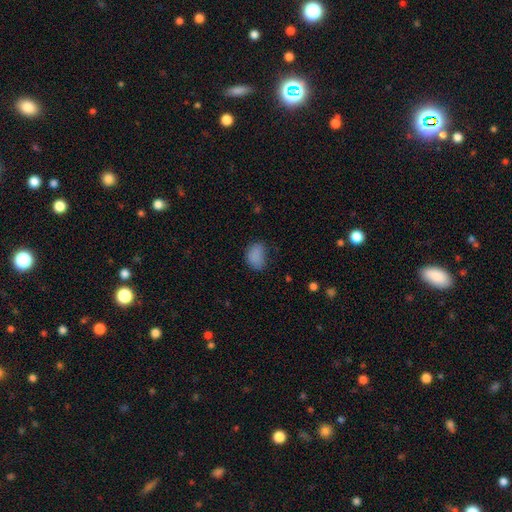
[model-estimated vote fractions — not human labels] smooth-or-featured: smooth: 84% | star or artifact: 10% | featured or disk: 5%
  how-rounded: in between: 76% | round: 23% | cigar-shaped: 1%
  merging: none: 60% | minor disturbance: 28% | major disturbance: 9% | merger: 2%